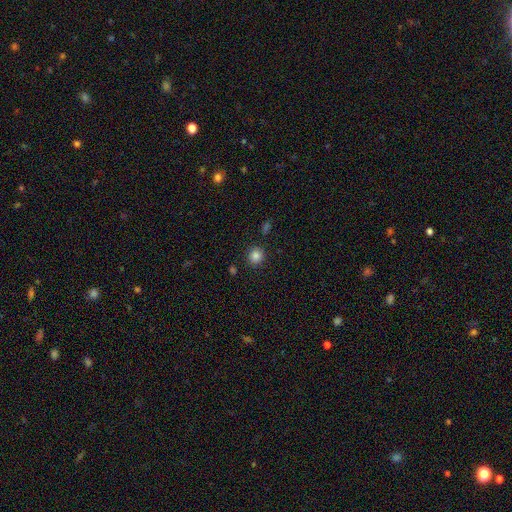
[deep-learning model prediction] The model was most divided on "smooth or featured": smooth: 84%, star or artifact: 11%, featured or disk: 5%. More confident: how rounded — round (89%); merging — none (89%).